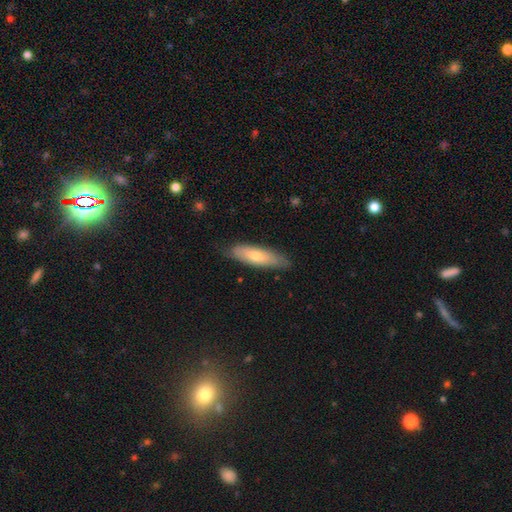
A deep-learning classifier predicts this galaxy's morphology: Smooth or featured? smooth (63%)
How rounded? cigar-shaped (58%)
Merging? none (78%)